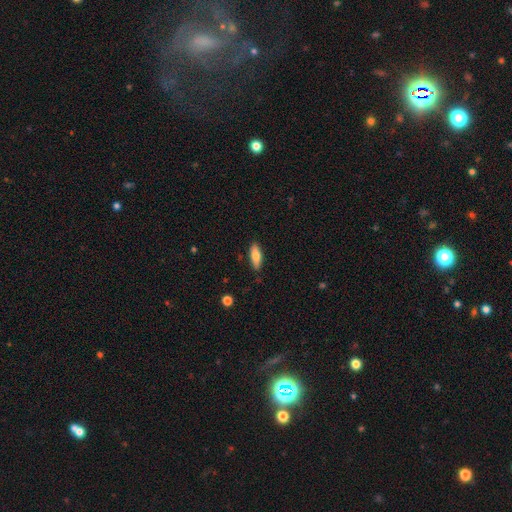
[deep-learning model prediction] Smooth or featured?
  - smooth: 74% *
  - featured or disk: 19%
  - star or artifact: 6%
How rounded?
  - in between: 66% *
  - cigar-shaped: 32%
  - round: 2%
Merging?
  - none: 86% *
  - minor disturbance: 11%
  - major disturbance: 2%
  - merger: 1%